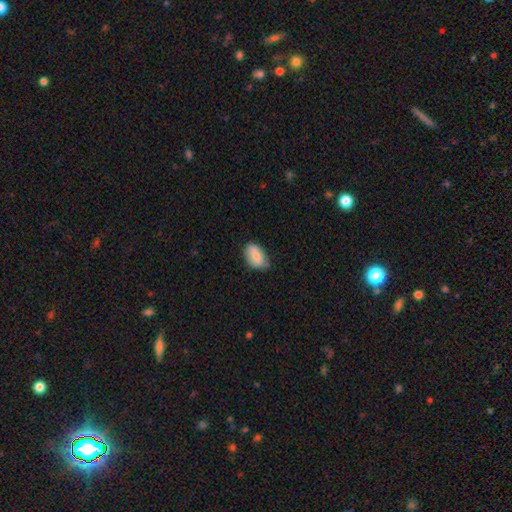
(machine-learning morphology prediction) A smooth galaxy with no disk features (80%) that is in between round and cigar-shaped (89%).

Vote fractions:
- Smooth or featured? smooth: 80% / featured or disk: 13% / star or artifact: 7%
- How rounded? in between: 89% / round: 9% / cigar-shaped: 2%
- Merging? none: 59% / minor disturbance: 33% / major disturbance: 6% / merger: 2%